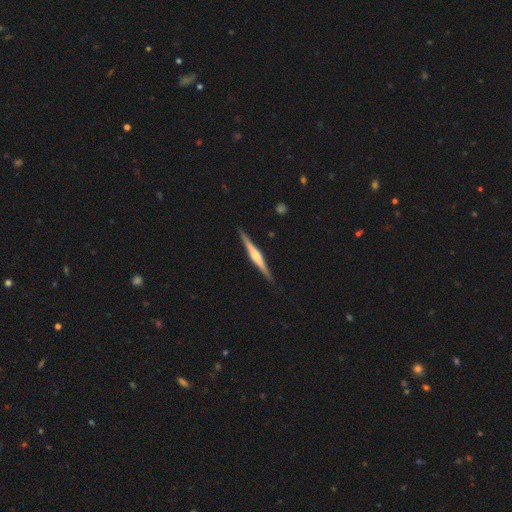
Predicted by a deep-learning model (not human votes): Smooth or featured? Predicted: featured or disk (p=0.78). Edge-on disk? Predicted: yes (p=0.98). Edge-on bulge? Predicted: rounded (p=0.74). Merging? Predicted: none (p=0.91).